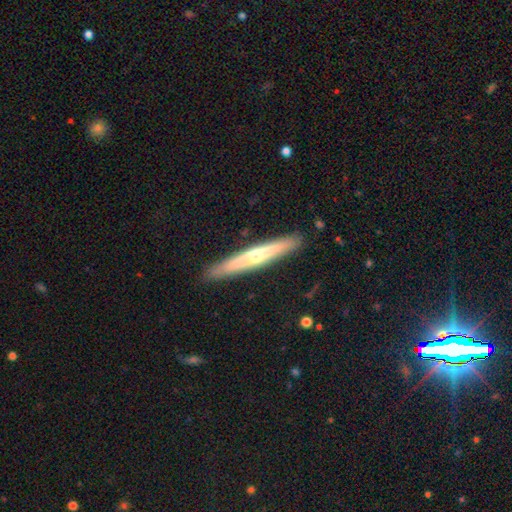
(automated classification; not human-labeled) This appears to be a featured or disk galaxy (57%) viewed edge-on (95%) with a rounded central bulge (73%). Merging: none (91%).